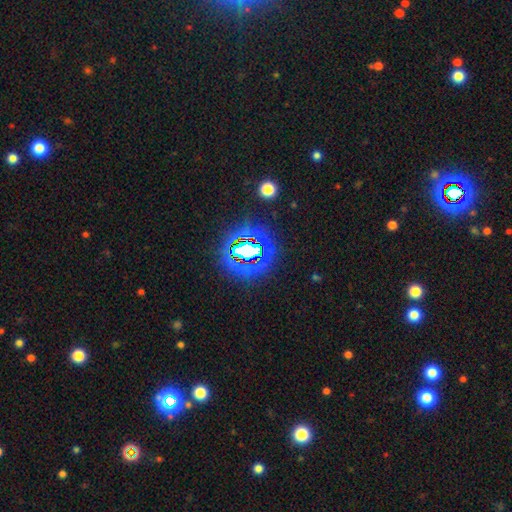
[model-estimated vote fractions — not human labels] Smooth or featured: star or artifact — 82% (smooth — 11%)